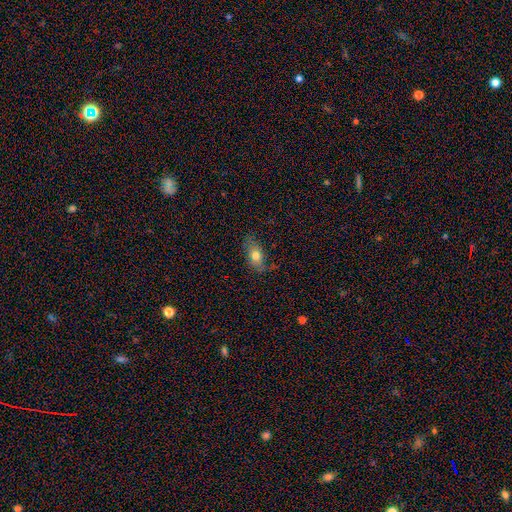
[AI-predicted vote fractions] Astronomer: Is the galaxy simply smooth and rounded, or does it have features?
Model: smooth — 73%.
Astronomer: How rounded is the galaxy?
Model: in between — 83%.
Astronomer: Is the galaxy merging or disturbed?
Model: none — 65%.